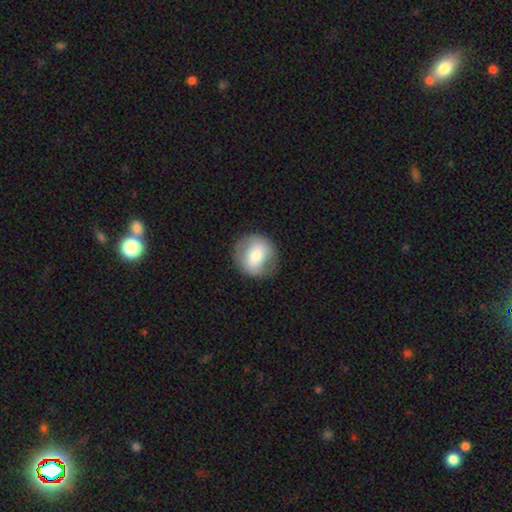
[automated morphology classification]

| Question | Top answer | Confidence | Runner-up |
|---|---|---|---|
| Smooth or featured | smooth | 64% | featured or disk (28%) |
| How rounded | round | 81% | in between (17%) |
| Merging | none | 83% | minor disturbance (12%) |